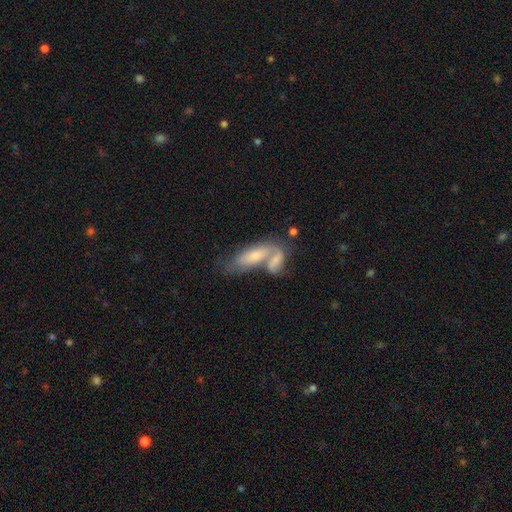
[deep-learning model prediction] smooth_or_featured: smooth (p=0.52) [alt: featured or disk p=0.41]
how_rounded: in between (p=0.67) [alt: cigar-shaped p=0.30]
merging: merger (p=0.58) [alt: none p=0.24]